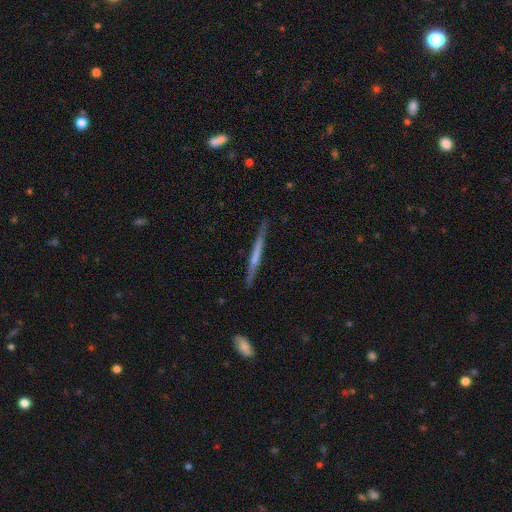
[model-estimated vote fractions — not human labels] This appears to be a featured or disk galaxy (59%) viewed edge-on (97%) with no central bulge (70%). Merging: none (88%).